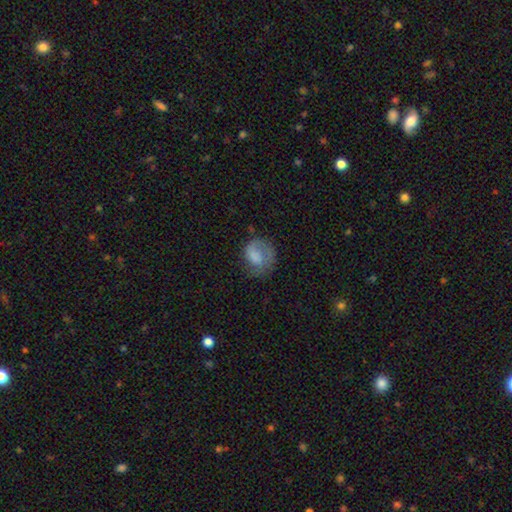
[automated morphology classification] Q: Smooth or featured?
A: smooth (62%); runner-up: featured or disk (30%)
Q: How rounded?
A: round (60%); runner-up: in between (39%)
Q: Merging?
A: none (44%); runner-up: major disturbance (28%)